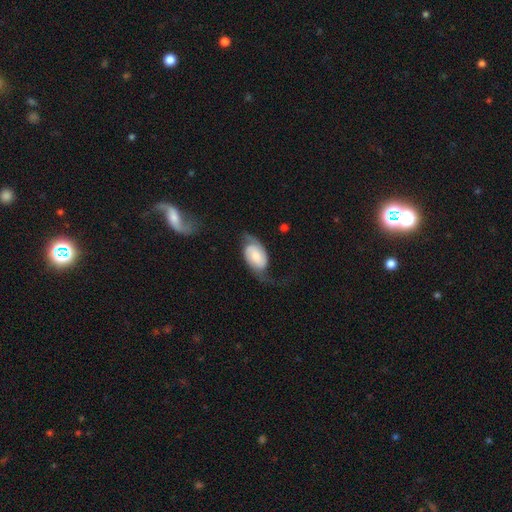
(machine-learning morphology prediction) This appears to be a featured or disk galaxy (70%) with no bar (51%), 2 (86%) loose (45%) spiral arms (93%) and a moderate central bulge (33%). Merging: none (45%).